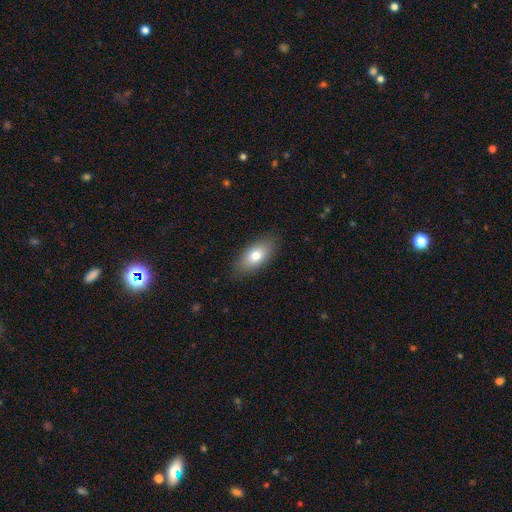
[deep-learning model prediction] This appears to be a smooth galaxy with no disk features (76%) that is in between round and cigar-shaped (88%). Merging: none (86%).